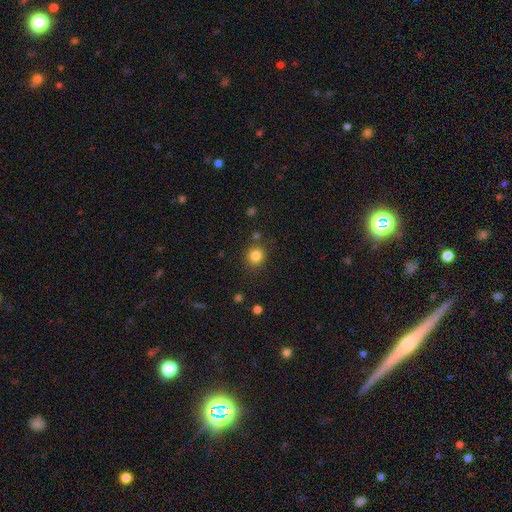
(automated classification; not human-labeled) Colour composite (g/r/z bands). It shows a smooth galaxy with no disk features (83%) that is round (88%). Merging: none (83%).